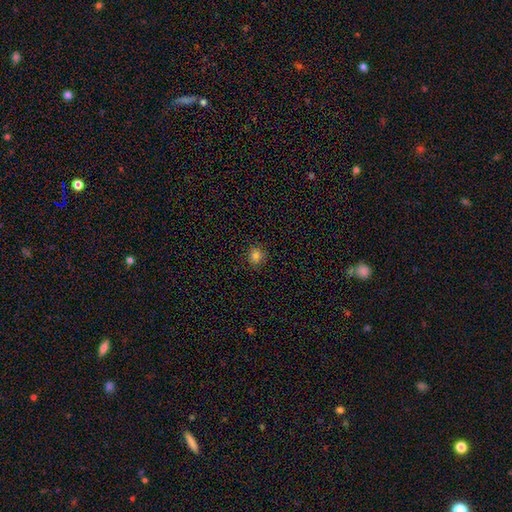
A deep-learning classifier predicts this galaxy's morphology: Smooth or featured? Predicted: smooth (p=0.82). How rounded? Predicted: round (p=0.86). Merging? Predicted: none (p=0.89).